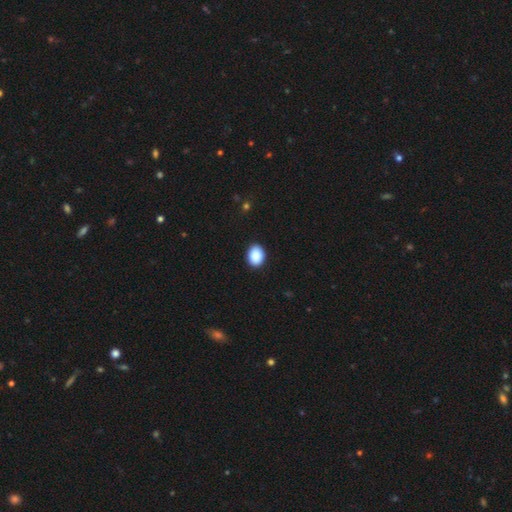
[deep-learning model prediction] Q: Smooth or featured?
A: smooth (90%); runner-up: star or artifact (7%)
Q: How rounded?
A: in between (66%); runner-up: round (33%)
Q: Merging?
A: none (90%); runner-up: minor disturbance (7%)